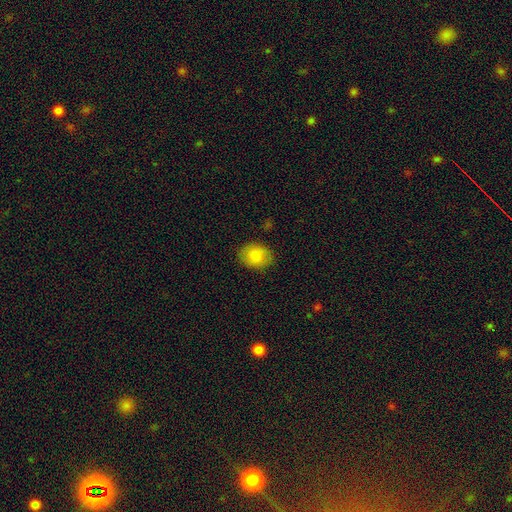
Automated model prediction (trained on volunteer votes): This appears to be a smooth galaxy with no disk features (85%) that is in between round and cigar-shaped (56%). Merging: none (85%).